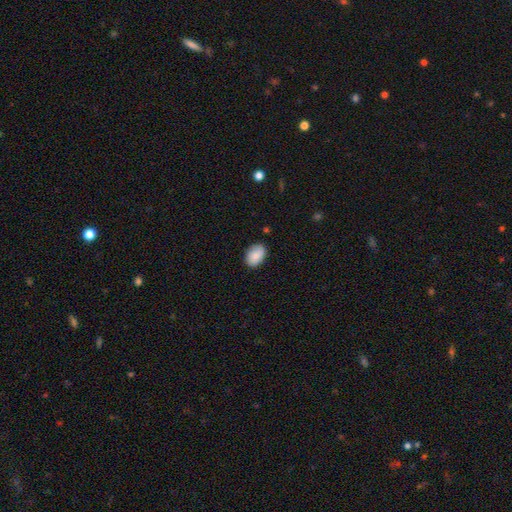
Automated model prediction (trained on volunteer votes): smooth 88%, star or artifact 7%, featured or disk 6%. Down the decision tree: how rounded — in between (87%); merging — none (85%).